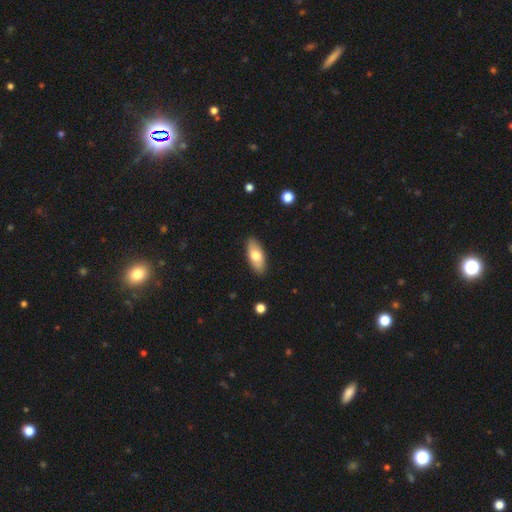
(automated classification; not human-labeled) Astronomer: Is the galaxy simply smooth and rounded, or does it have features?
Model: smooth — 72%.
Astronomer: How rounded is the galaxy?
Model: in between — 86%.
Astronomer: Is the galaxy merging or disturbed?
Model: none — 88%.